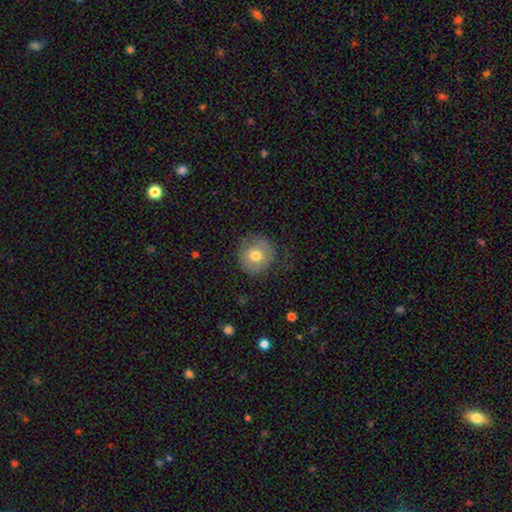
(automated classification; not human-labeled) Morphology: type=smooth (67%); roundness=round (89%); merging=none (70%).